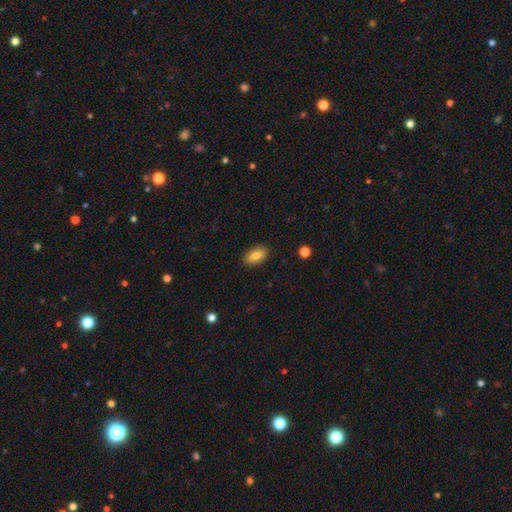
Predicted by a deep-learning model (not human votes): smooth-or-featured: smooth: 83% | featured or disk: 9% | star or artifact: 8%
  how-rounded: in between: 90% | round: 5% | cigar-shaped: 4%
  merging: none: 88% | minor disturbance: 9% | major disturbance: 2% | merger: 1%